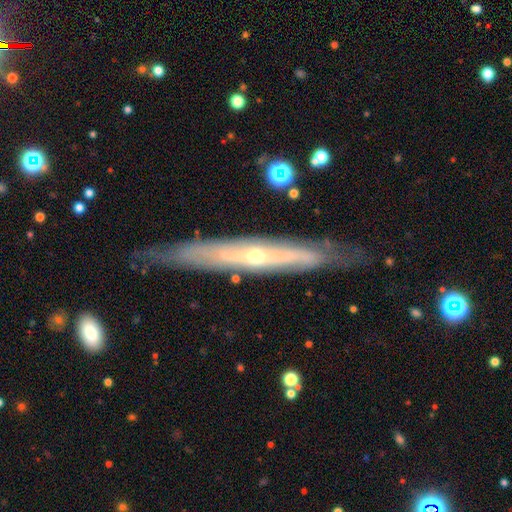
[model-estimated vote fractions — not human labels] This appears to be a featured or disk galaxy (78%) viewed edge-on (73%) with a rounded central bulge (68%). Merging: none (79%).